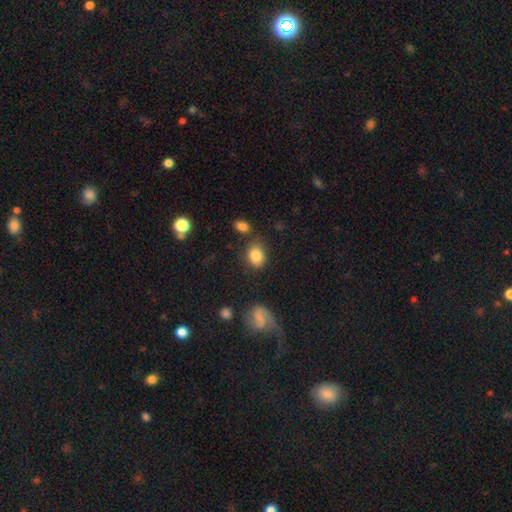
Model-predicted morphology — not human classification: Smooth or featured? Predicted: smooth (p=0.83). How rounded? Predicted: in between (p=0.60). Merging? Predicted: none (p=0.71).